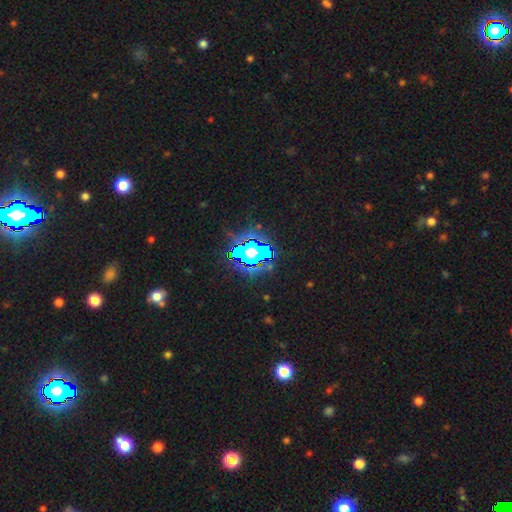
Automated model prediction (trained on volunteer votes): The model was most divided on "smooth or featured": star or artifact: 78%, smooth: 13%, featured or disk: 9%.